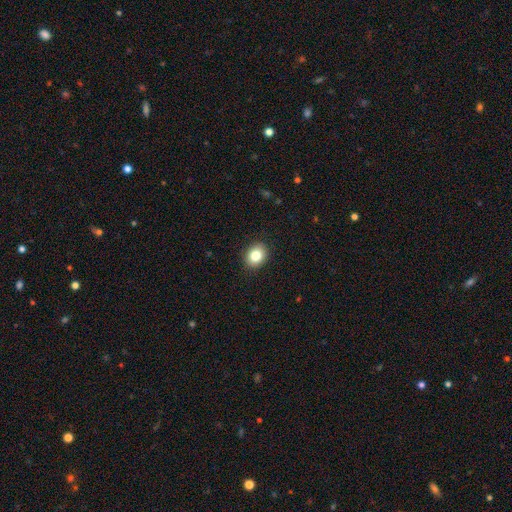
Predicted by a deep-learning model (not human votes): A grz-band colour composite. It shows a smooth galaxy with no disk features (82%) that is round (52%). Merging: none (91%).